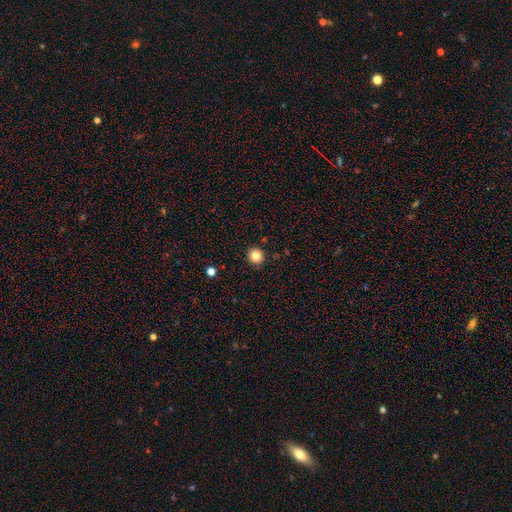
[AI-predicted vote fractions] smooth 83%, star or artifact 11%, featured or disk 6%. Down the decision tree: how rounded — round (91%); merging — none (91%).